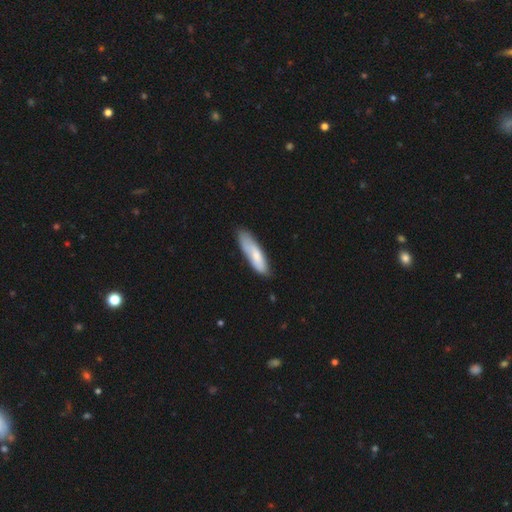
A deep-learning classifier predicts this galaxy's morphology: Smooth or featured? smooth (72%)
How rounded? cigar-shaped (63%)
Merging? none (68%)